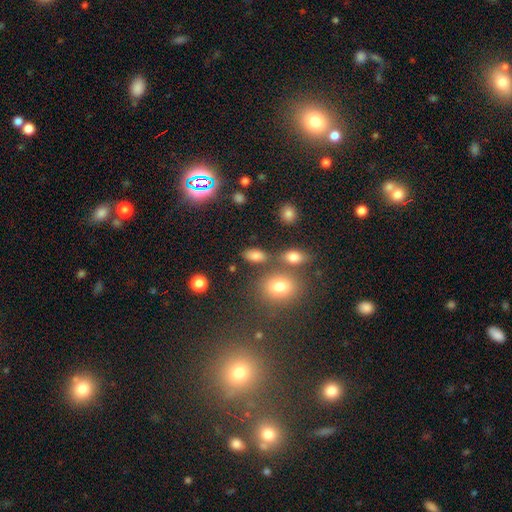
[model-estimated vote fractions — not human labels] A smooth galaxy with no disk features (78%) that is in between round and cigar-shaped (84%). Merging: none (71%).